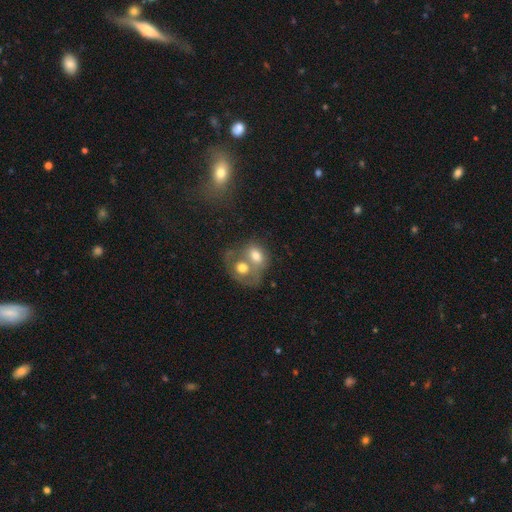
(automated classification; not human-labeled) Morphology: type=smooth (63%); roundness=in between (61%); merging=merger (68%).